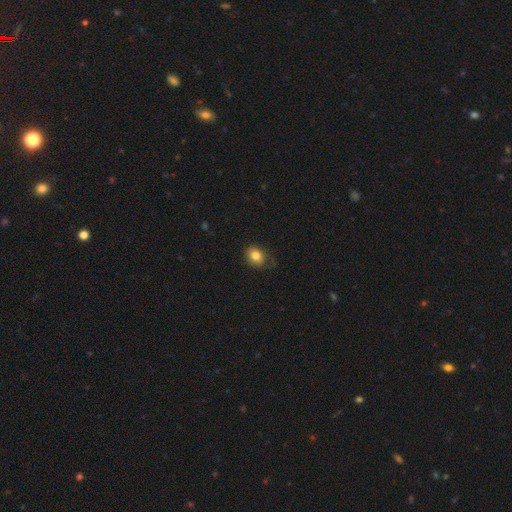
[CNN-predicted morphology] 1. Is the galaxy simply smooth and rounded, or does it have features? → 82% smooth, 10% star or artifact, 8% featured or disk.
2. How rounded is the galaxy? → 53% round, 46% in between, 1% cigar-shaped.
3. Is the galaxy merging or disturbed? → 75% none, 20% minor disturbance, 5% major disturbance, 1% merger.